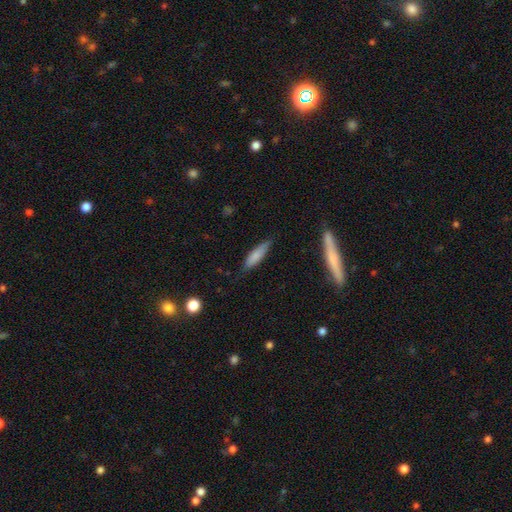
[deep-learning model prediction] Smooth or featured? Predicted: smooth (p=0.78). How rounded? Predicted: cigar-shaped (p=0.64). Merging? Predicted: none (p=0.76).